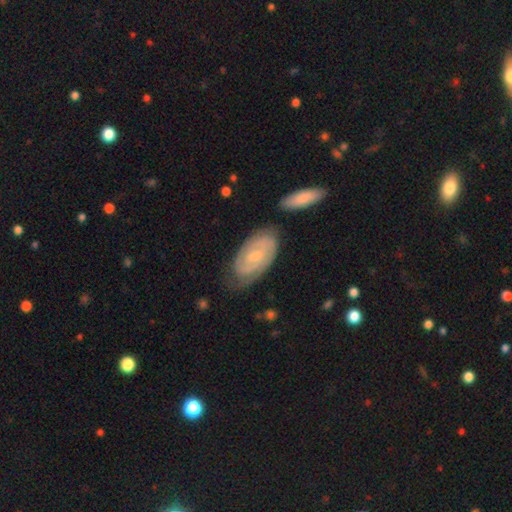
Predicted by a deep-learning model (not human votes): This appears to be a featured or disk galaxy (75%) with no bar (46%), 2 (60%) tight (67%) spiral arms (92%) and a small central bulge (58%). Merging: none (68%).